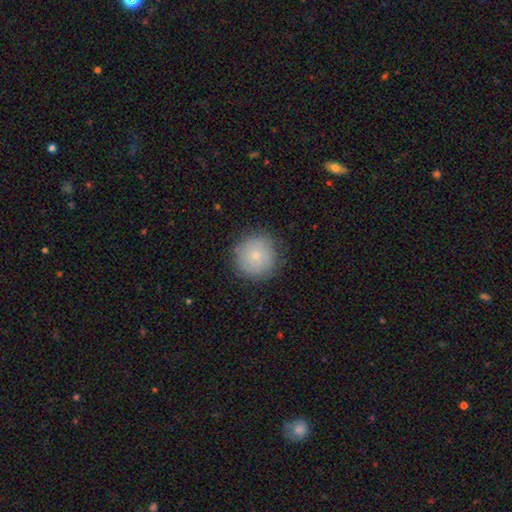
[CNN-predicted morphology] A smooth galaxy with no disk features (78%) that is round (95%). Merging: none (85%).